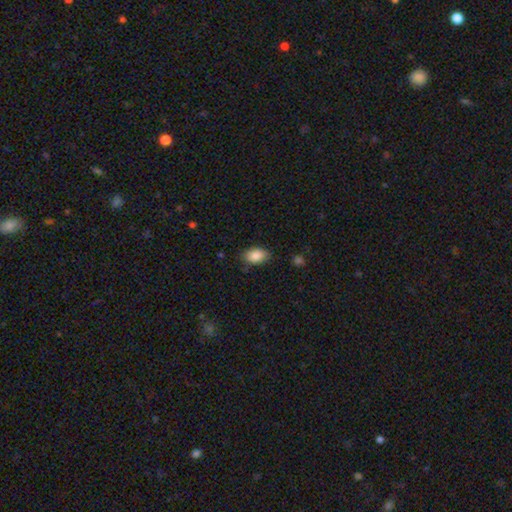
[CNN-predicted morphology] Smooth or featured? smooth (87%)
How rounded? in between (88%)
Merging? none (80%)